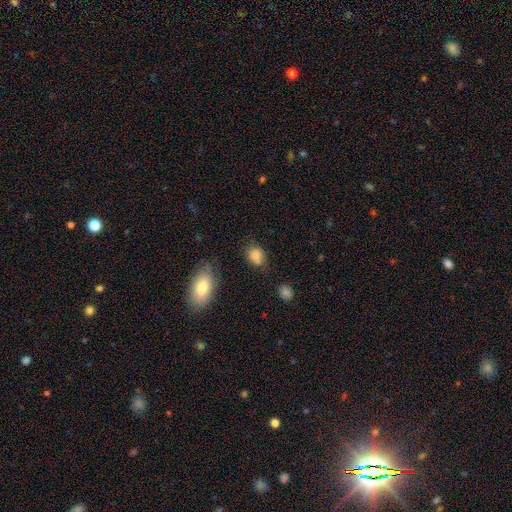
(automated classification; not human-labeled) Smooth or featured? Predicted: smooth (p=0.80). How rounded? Predicted: in between (p=0.54). Merging? Predicted: none (p=0.58).